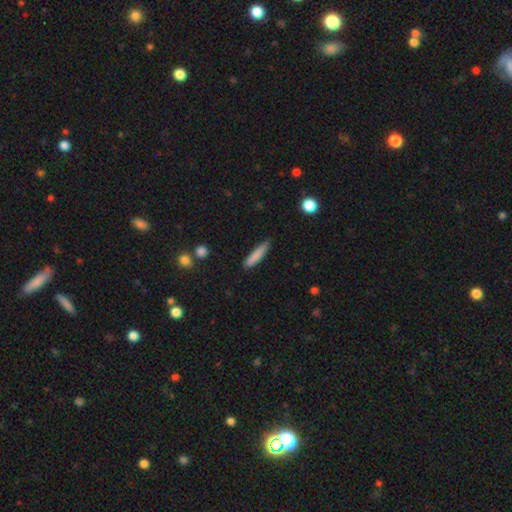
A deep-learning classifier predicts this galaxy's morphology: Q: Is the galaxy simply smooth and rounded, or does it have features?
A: smooth — 82%.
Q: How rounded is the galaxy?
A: cigar-shaped — 89%.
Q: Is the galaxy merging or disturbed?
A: none — 82%.